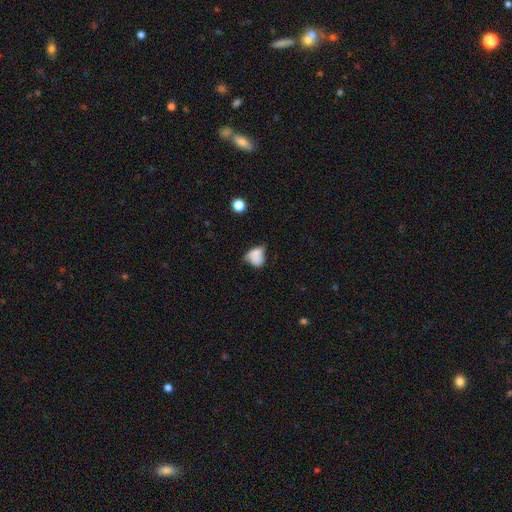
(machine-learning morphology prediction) smooth-or-featured: smooth: 69% | featured or disk: 20% | star or artifact: 11%
  how-rounded: in between: 65% | round: 33% | cigar-shaped: 2%
  merging: minor disturbance: 36% | none: 29% | major disturbance: 21% | merger: 15%